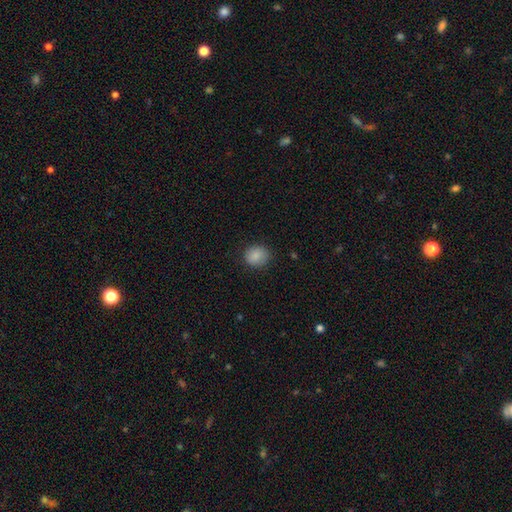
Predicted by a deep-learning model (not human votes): Smooth or featured? Predicted: smooth (p=0.88). How rounded? Predicted: round (p=0.78). Merging? Predicted: none (p=0.85).